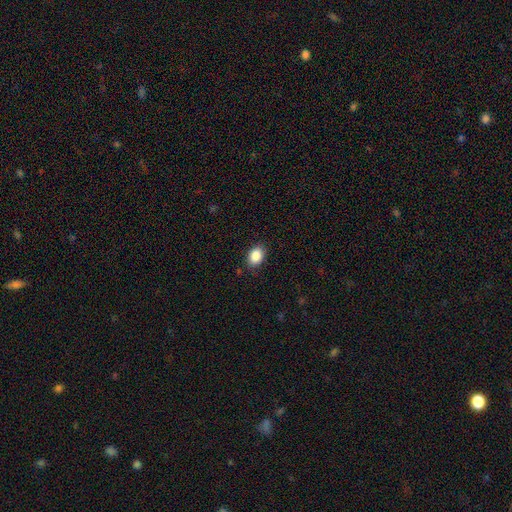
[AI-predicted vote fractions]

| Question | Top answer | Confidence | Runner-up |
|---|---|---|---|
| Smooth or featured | smooth | 87% | star or artifact (8%) |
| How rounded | in between | 79% | round (20%) |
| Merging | none | 85% | minor disturbance (11%) |